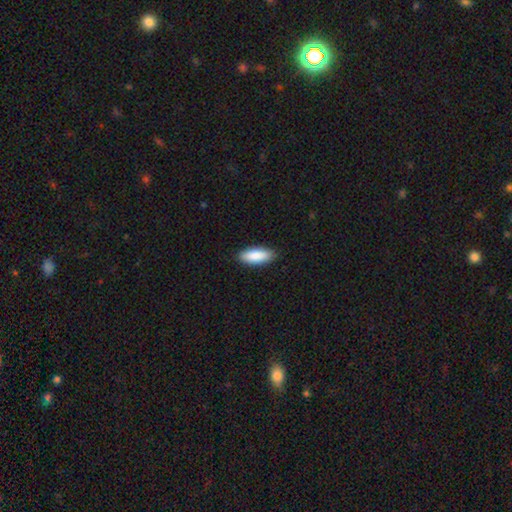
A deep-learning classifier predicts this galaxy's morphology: Q: Smooth or featured?
A: smooth (88%); runner-up: featured or disk (7%)
Q: How rounded?
A: in between (77%); runner-up: cigar-shaped (22%)
Q: Merging?
A: none (89%); runner-up: minor disturbance (9%)